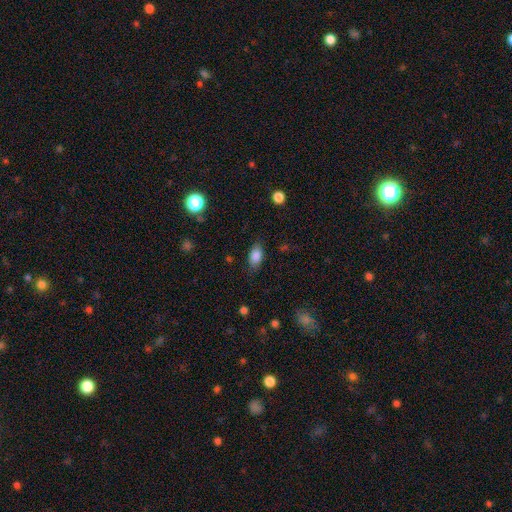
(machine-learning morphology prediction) Q: Smooth or featured?
A: smooth (84%); runner-up: star or artifact (8%)
Q: How rounded?
A: in between (88%); runner-up: round (7%)
Q: Merging?
A: none (78%); runner-up: minor disturbance (16%)